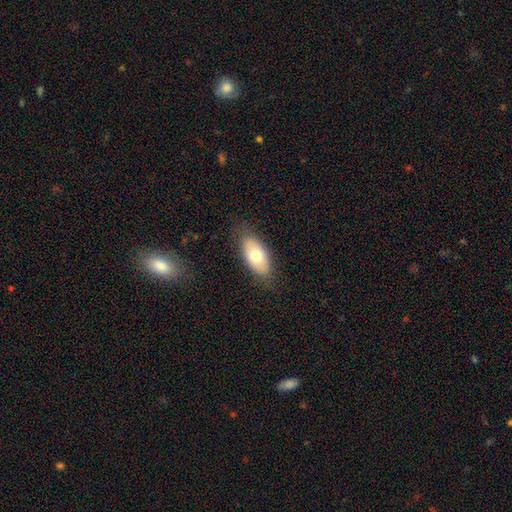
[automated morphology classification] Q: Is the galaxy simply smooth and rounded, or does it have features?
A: smooth — 69%.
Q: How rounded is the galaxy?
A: in between — 92%.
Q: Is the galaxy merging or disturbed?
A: none — 82%.